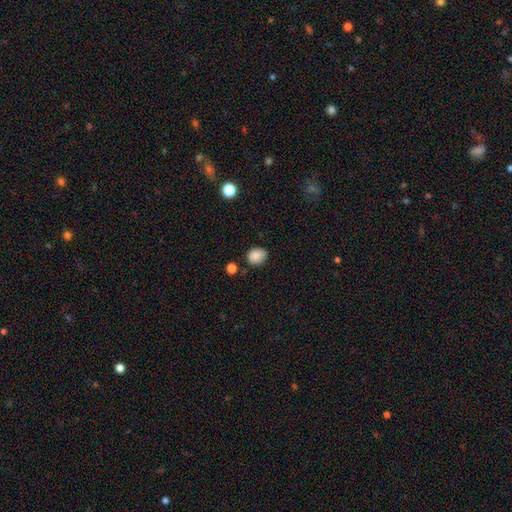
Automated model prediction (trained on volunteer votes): Smooth or featured? Predicted: smooth (p=0.85). How rounded? Predicted: round (p=0.55). Merging? Predicted: none (p=0.71).